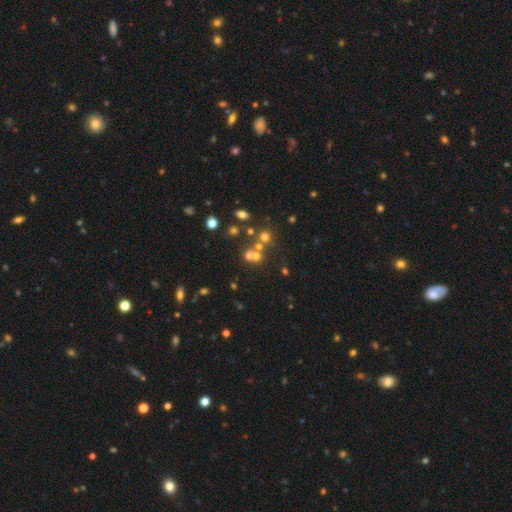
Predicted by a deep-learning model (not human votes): Smooth or featured? smooth (51%)
How rounded? round (82%)
Merging? none (50%)